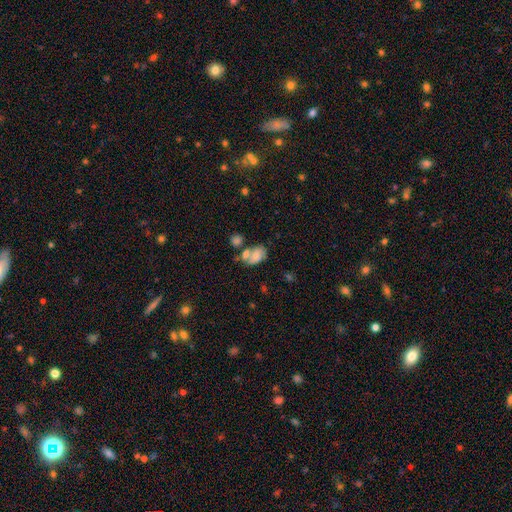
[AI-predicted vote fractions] Q: Smooth or featured?
A: smooth (69%); runner-up: featured or disk (22%)
Q: How rounded?
A: in between (84%); runner-up: round (14%)
Q: Merging?
A: merger (44%); runner-up: none (31%)